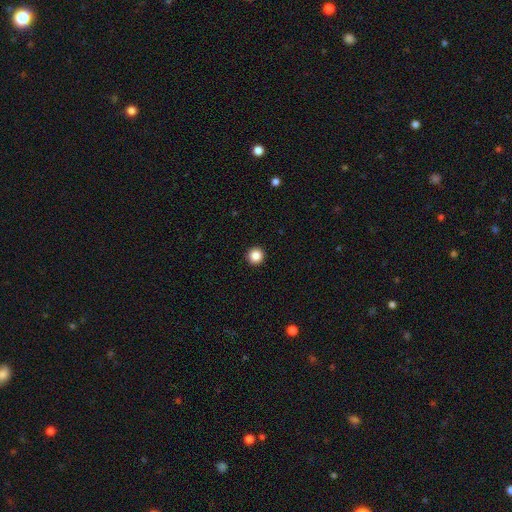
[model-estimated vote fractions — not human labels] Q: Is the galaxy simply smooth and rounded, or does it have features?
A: smooth — 86%.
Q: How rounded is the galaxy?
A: round — 96%.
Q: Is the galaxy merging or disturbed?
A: none — 94%.